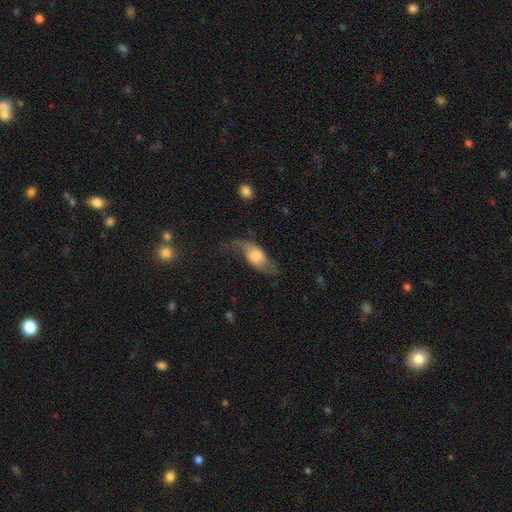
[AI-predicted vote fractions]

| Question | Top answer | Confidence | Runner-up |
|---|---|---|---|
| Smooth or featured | smooth | 48% | featured or disk (45%) |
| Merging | none | 42% | minor disturbance (27%) |